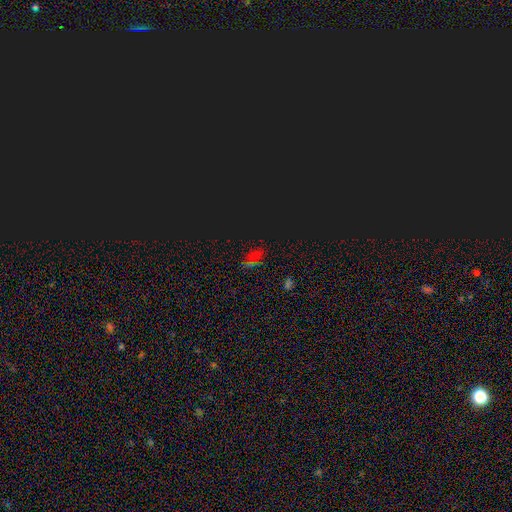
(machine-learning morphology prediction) A star or artifact, not a galaxy (61%).

Vote fractions:
- Smooth or featured? star or artifact: 61% / smooth: 31% / featured or disk: 7%